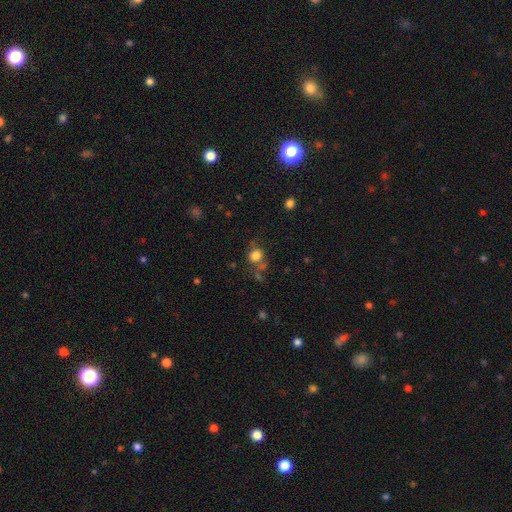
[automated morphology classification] A smooth galaxy with no disk features (80%) that is round (83%).

Vote fractions:
- Smooth or featured? smooth: 80% / star or artifact: 13% / featured or disk: 7%
- How rounded? round: 83% / in between: 16% / cigar-shaped: 1%
- Merging? none: 62% / merger: 16% / minor disturbance: 14% / major disturbance: 8%